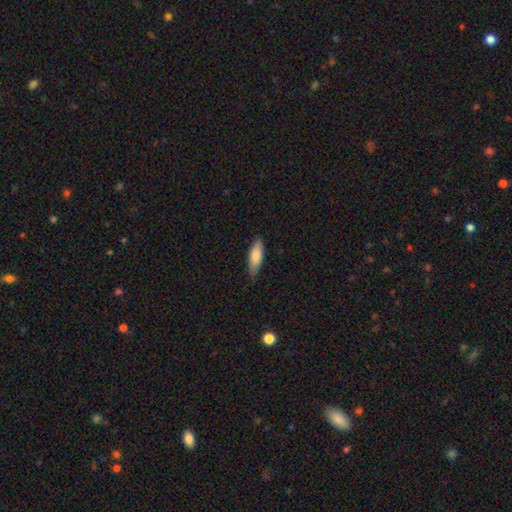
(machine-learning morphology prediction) smooth_or_featured: smooth (p=0.81) [alt: featured or disk p=0.13]
how_rounded: in between (p=0.59) [alt: cigar-shaped p=0.39]
merging: none (p=0.81) [alt: minor disturbance p=0.16]